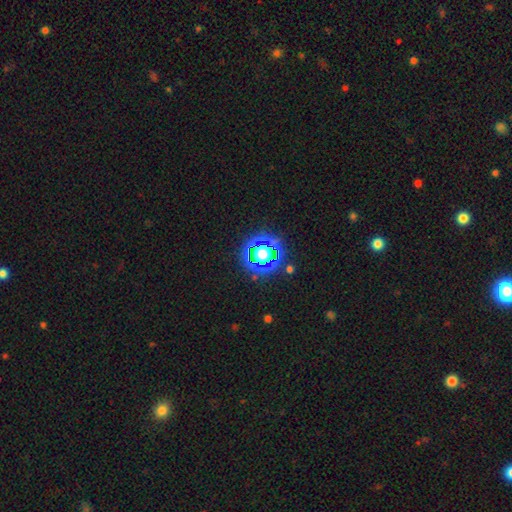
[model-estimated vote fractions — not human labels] Overall: star or artifact (59%; smooth 28%).